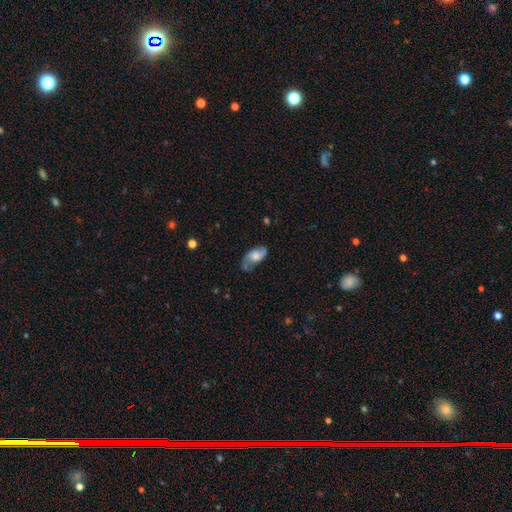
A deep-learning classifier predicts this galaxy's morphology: Smooth or featured: featured or disk — 52% (smooth — 40%)
Edge-on disk: no — 91% (yes — 9%)
Merging: none — 62% (minor disturbance — 26%)